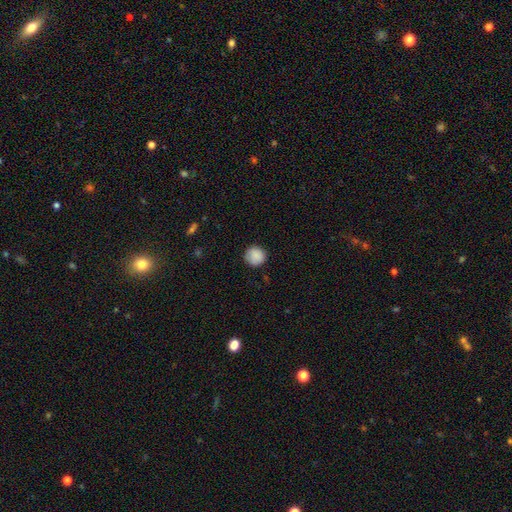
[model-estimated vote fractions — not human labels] smooth 88%, star or artifact 8%, featured or disk 4%. Down the decision tree: how rounded — round (93%); merging — none (83%).